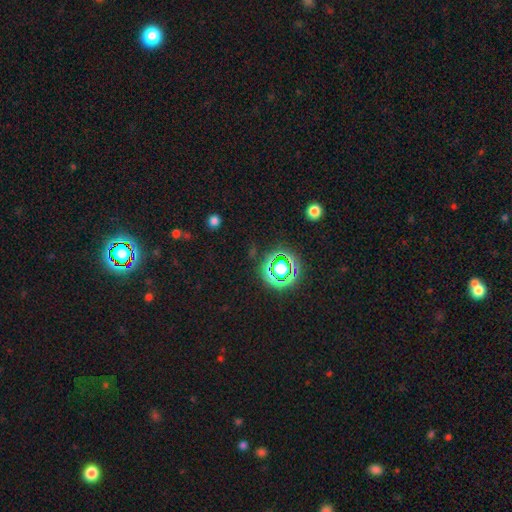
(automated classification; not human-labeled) Overall: star or artifact (78%).